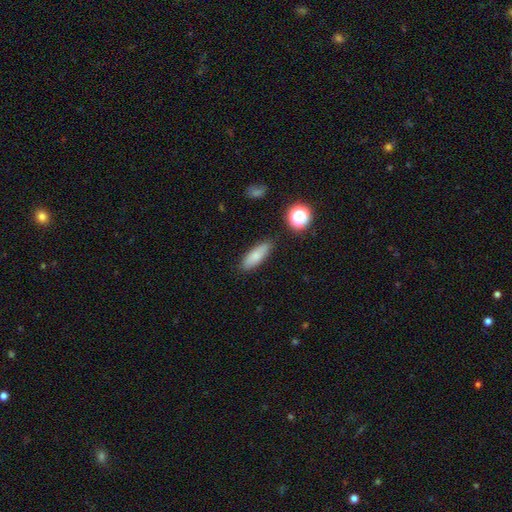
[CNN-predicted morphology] This is likely a smooth galaxy (79%). How rounded: possibly in between (59%). Merging: clearly none (84%).